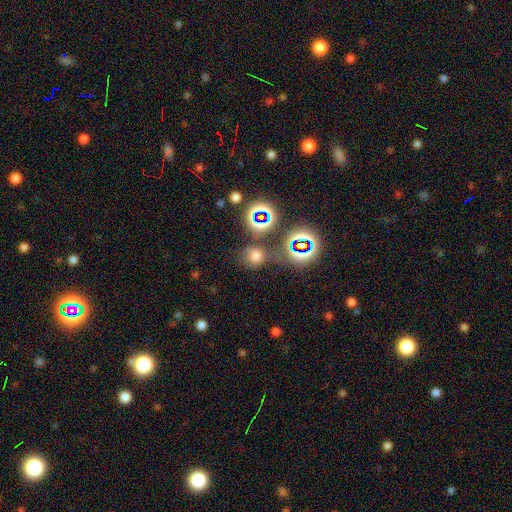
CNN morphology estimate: A smooth galaxy with no disk features (61%) that is round (78%). Merging: none (65%).